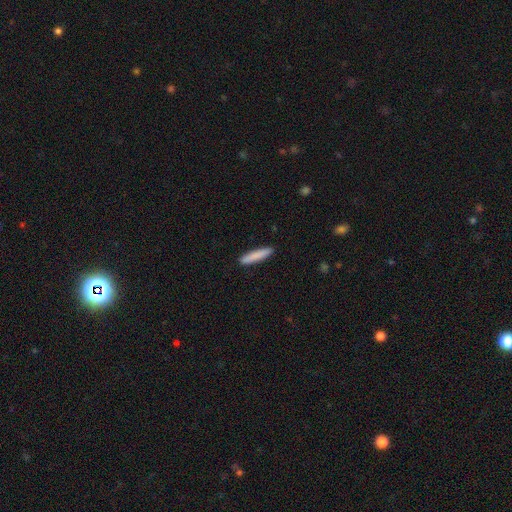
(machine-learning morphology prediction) Smooth or featured: smooth — 85% (featured or disk — 10%)
How rounded: cigar-shaped — 90% (in between — 9%)
Merging: none — 90% (minor disturbance — 7%)